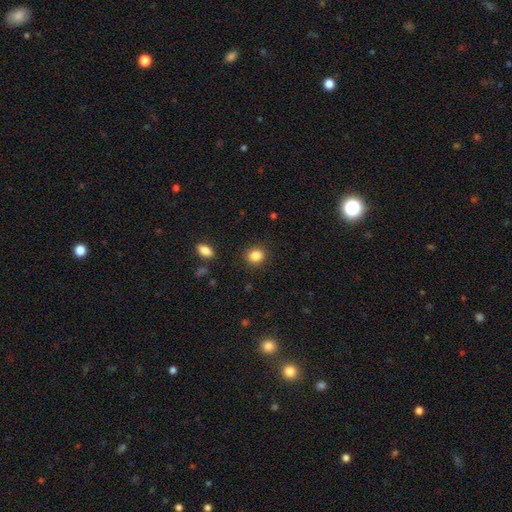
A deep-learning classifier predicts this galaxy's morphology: Smooth or featured?
  - smooth: 86% *
  - star or artifact: 10%
  - featured or disk: 4%
How rounded?
  - round: 69% *
  - in between: 30%
  - cigar-shaped: 1%
Merging?
  - none: 89% *
  - minor disturbance: 8%
  - major disturbance: 3%
  - merger: 1%